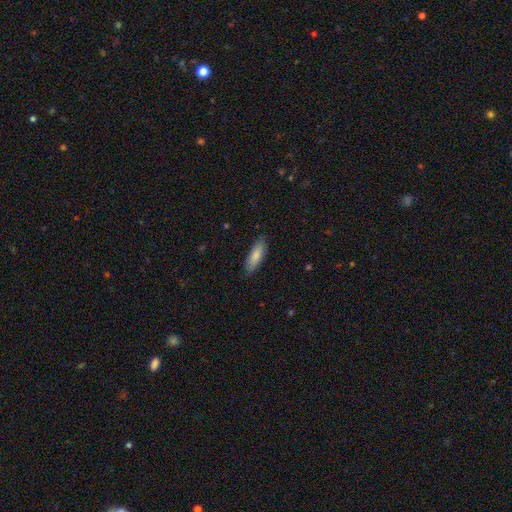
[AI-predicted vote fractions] smooth_or_featured: smooth (p=0.81) [alt: featured or disk p=0.14]
how_rounded: in between (p=0.51) [alt: cigar-shaped p=0.47]
merging: none (p=0.83) [alt: minor disturbance p=0.14]